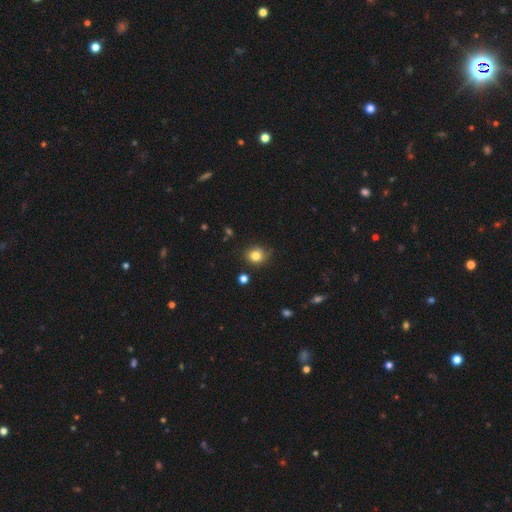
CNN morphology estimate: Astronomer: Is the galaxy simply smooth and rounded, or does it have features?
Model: smooth — 80%.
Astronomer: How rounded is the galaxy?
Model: round — 80%.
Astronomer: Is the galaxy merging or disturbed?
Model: none — 75%.